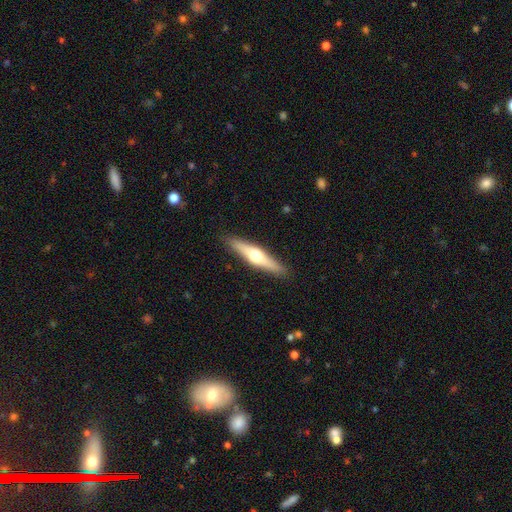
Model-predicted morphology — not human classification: Overall: featured or disk (54%; smooth 40%). Edge-on disk: yes (93%). Edge-on bulge: rounded (92%). Merging: none (89%).